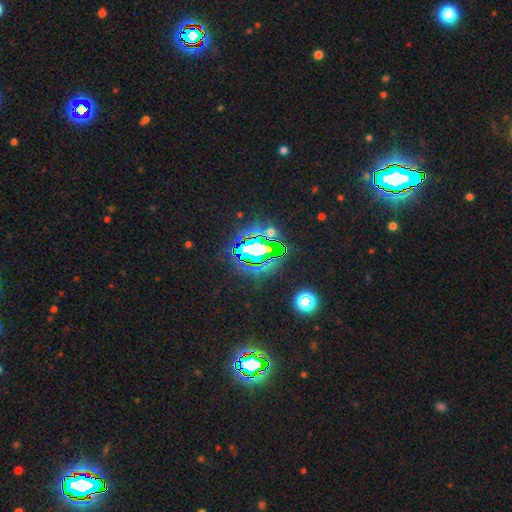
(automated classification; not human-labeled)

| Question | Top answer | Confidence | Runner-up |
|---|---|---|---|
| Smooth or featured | star or artifact | 74% | featured or disk (14%) |